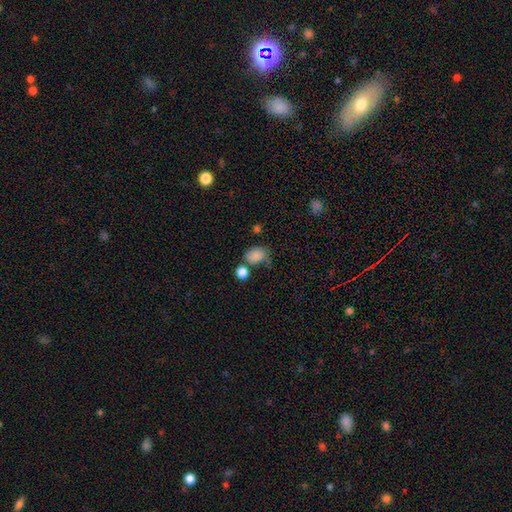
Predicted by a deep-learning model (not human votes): Morphology: type=smooth (84%); roundness=in between (63%); merging=none (54%).